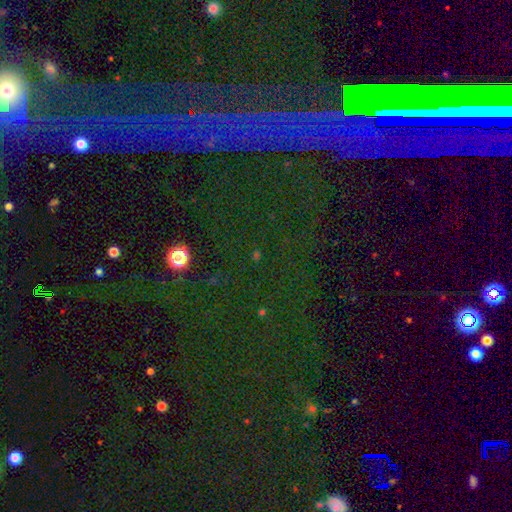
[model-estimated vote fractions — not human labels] Smooth or featured?
  - star or artifact: 76% *
  - smooth: 13%
  - featured or disk: 10%